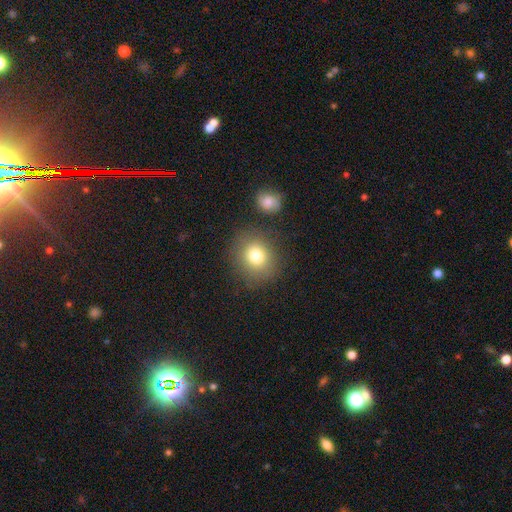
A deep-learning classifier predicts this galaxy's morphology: Q: Smooth or featured?
A: smooth (78%); runner-up: star or artifact (12%)
Q: How rounded?
A: round (81%); runner-up: in between (18%)
Q: Merging?
A: none (80%); runner-up: minor disturbance (11%)